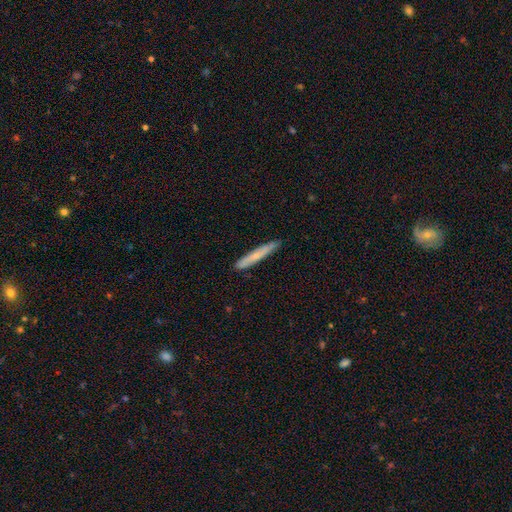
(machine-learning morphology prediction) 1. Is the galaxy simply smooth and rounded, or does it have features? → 64% smooth, 30% featured or disk, 6% star or artifact.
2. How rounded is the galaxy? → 96% cigar-shaped, 3% in between, 1% round.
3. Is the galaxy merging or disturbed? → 89% none, 8% minor disturbance, 1% major disturbance, 1% merger.